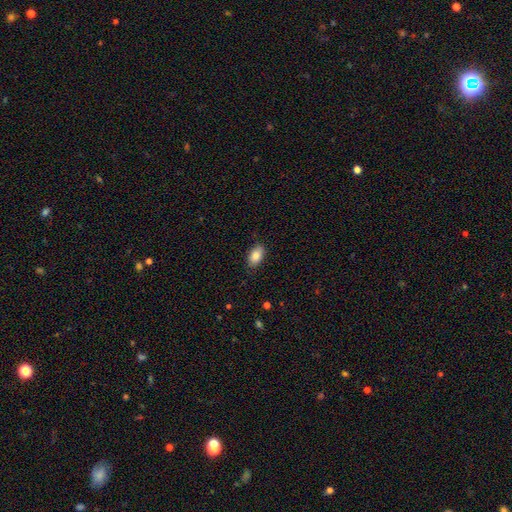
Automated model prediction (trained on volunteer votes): The model was most divided on "merging": none: 84%, minor disturbance: 13%, major disturbance: 2%, merger: 1%. More confident: how rounded — in between (91%); smooth or featured — smooth (85%).